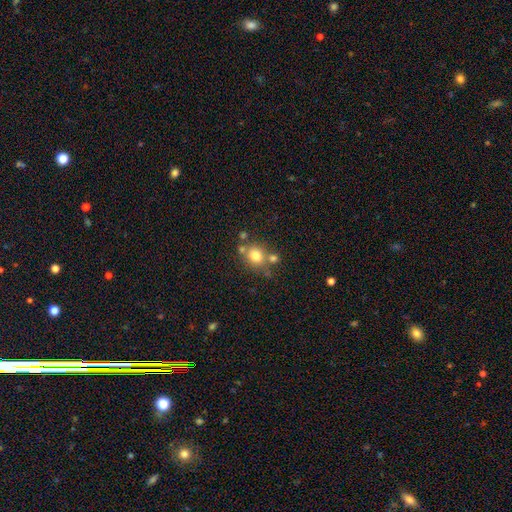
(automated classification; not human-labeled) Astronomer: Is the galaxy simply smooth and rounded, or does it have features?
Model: smooth — 75%.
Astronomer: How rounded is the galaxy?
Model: round — 75%.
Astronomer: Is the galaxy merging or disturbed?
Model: none — 60%.